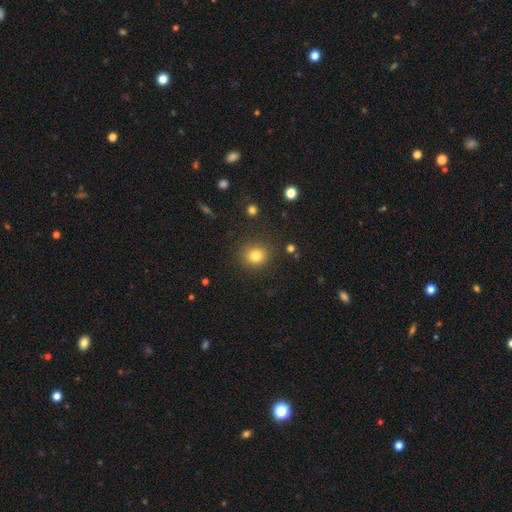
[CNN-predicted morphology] This appears to be a smooth galaxy with no disk features (79%) that is round (84%). Merging: none (87%).